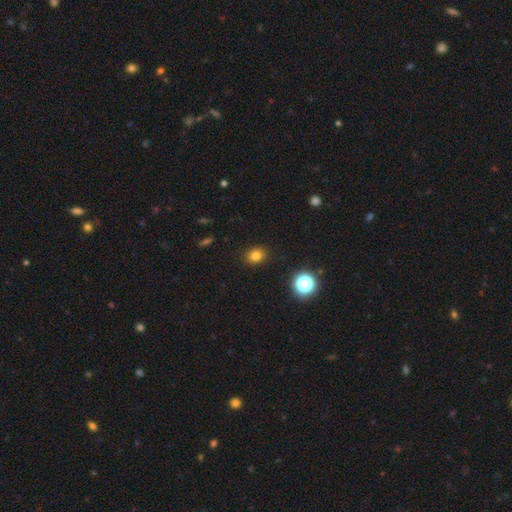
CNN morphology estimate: smooth-or-featured: smooth: 79% | star or artifact: 15% | featured or disk: 6%
  how-rounded: round: 56% | in between: 43% | cigar-shaped: 1%
  merging: none: 89% | minor disturbance: 7% | major disturbance: 2% | merger: 1%